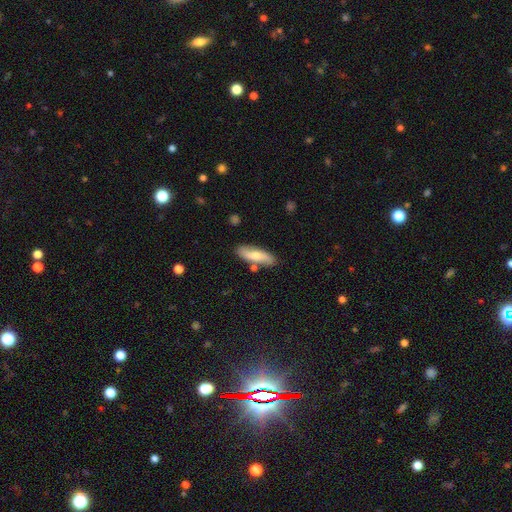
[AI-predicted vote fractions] Overall: smooth (62%; featured or disk 32%). How rounded: in between (51%; cigar-shaped 46%). Merging: none (80%).